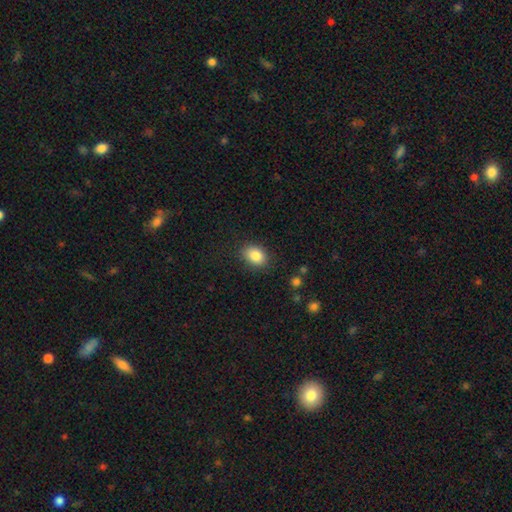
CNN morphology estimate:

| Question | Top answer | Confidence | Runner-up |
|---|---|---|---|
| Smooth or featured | smooth | 85% | star or artifact (9%) |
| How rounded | in between | 72% | round (27%) |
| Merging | none | 83% | minor disturbance (12%) |